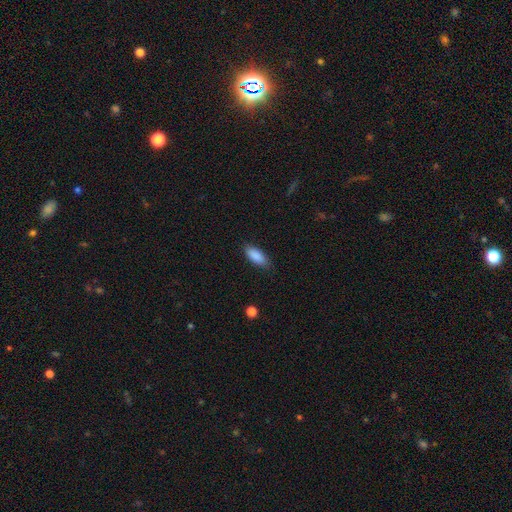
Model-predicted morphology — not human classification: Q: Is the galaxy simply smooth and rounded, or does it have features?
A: smooth — 89%.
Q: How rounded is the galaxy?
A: in between — 81%.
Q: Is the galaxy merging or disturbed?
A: none — 83%.